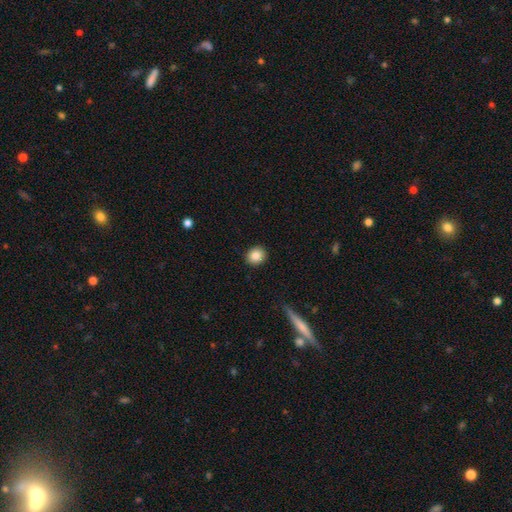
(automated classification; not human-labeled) Smooth or featured? Predicted: smooth (p=0.86). How rounded? Predicted: round (p=0.81). Merging? Predicted: none (p=0.91).